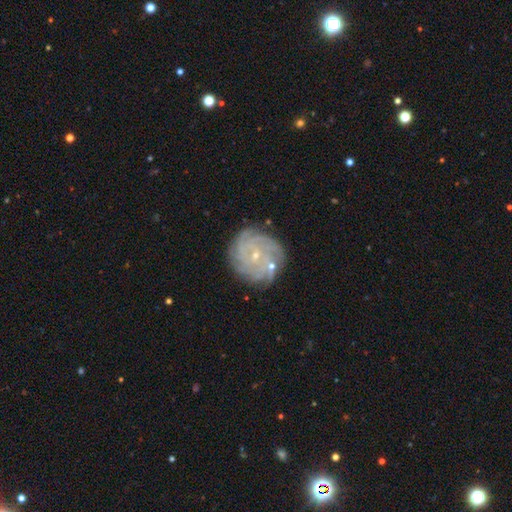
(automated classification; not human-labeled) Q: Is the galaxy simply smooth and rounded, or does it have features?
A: featured or disk — 78%.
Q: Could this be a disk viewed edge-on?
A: no — 97%.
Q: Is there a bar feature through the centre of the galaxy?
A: no — 71%.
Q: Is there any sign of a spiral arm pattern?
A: yes — 94%.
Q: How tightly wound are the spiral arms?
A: tight — 78%.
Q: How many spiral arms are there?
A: can't tell — 30%.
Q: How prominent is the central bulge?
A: small — 81%.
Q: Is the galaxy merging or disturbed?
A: none — 77%.